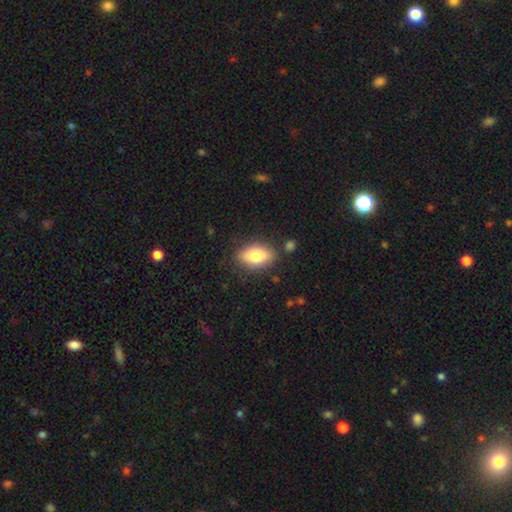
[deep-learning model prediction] A smooth galaxy with no disk features (77%) that is in between round and cigar-shaped (87%). Merging: none (82%).